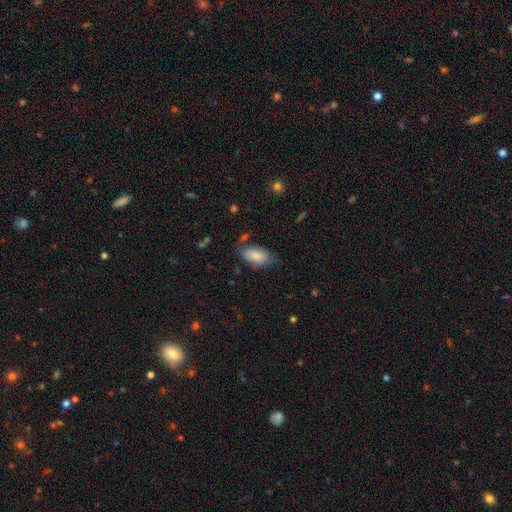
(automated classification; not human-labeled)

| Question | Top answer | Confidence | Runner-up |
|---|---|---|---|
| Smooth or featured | smooth | 84% | featured or disk (10%) |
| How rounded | in between | 93% | cigar-shaped (4%) |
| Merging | none | 63% | minor disturbance (27%) |